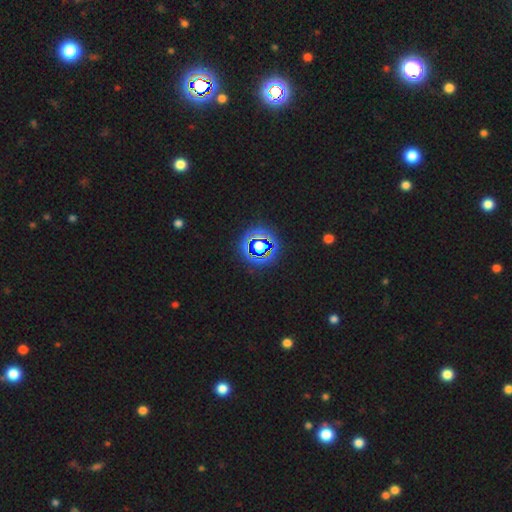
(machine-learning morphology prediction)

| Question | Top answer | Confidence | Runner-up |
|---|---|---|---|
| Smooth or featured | star or artifact | 74% | smooth (16%) |